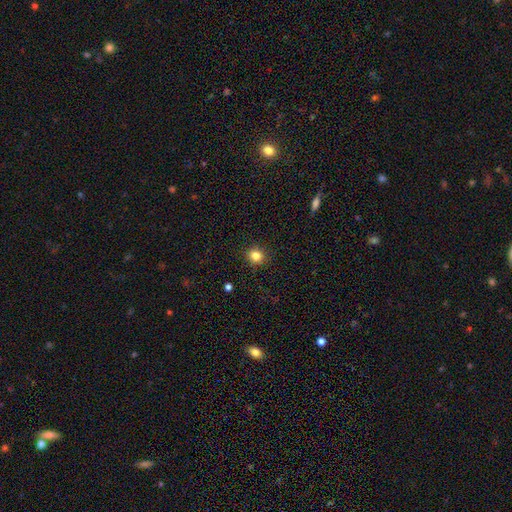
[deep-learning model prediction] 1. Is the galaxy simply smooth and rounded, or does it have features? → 83% smooth, 12% star or artifact, 5% featured or disk.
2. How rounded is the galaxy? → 84% round, 15% in between, 1% cigar-shaped.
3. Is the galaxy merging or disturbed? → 91% none, 6% minor disturbance, 2% major disturbance, 1% merger.